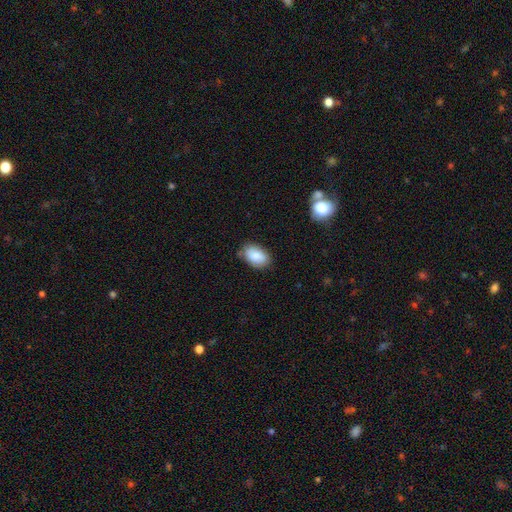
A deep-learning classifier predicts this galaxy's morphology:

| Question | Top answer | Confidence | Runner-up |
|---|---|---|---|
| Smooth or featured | smooth | 86% | featured or disk (7%) |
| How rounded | in between | 91% | round (8%) |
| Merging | none | 76% | minor disturbance (19%) |